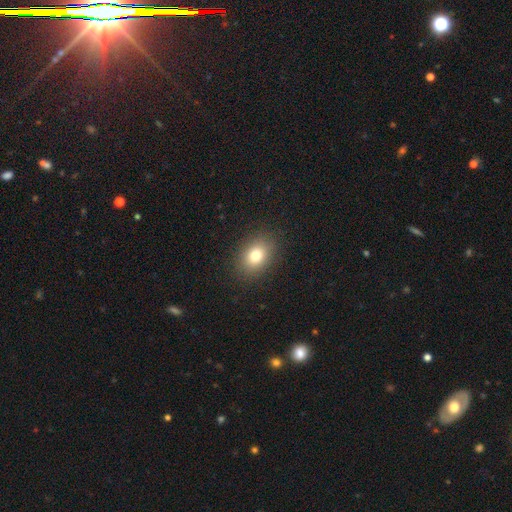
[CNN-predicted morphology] Smooth or featured? smooth (78%)
How rounded? in between (65%)
Merging? none (88%)